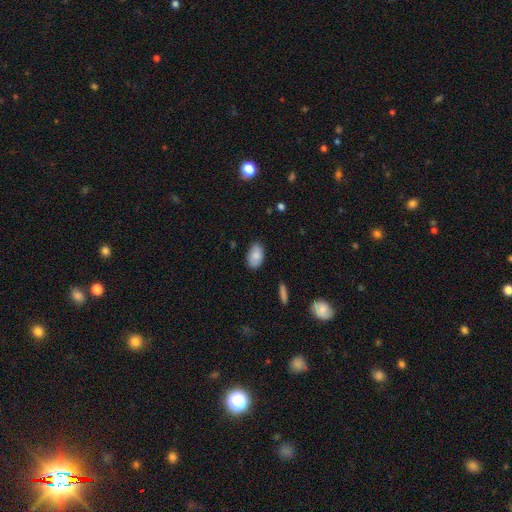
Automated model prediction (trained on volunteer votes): smooth_or_featured: smooth (p=0.84) [alt: featured or disk p=0.09]
how_rounded: in between (p=0.93) [alt: round p=0.05]
merging: none (p=0.83) [alt: minor disturbance p=0.14]